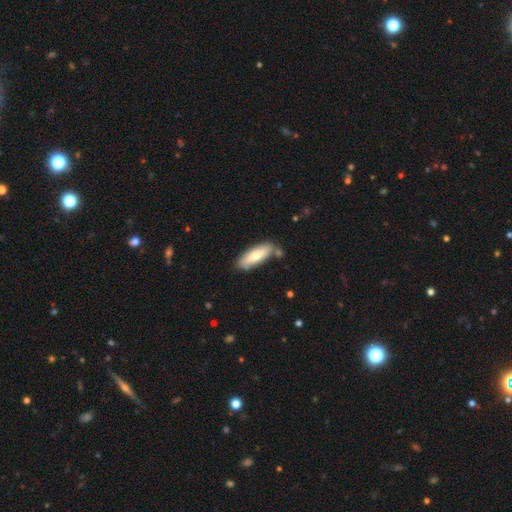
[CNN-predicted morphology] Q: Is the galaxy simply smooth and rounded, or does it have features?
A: smooth — 69%.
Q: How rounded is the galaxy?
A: in between — 55%.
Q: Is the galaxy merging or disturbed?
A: none — 75%.